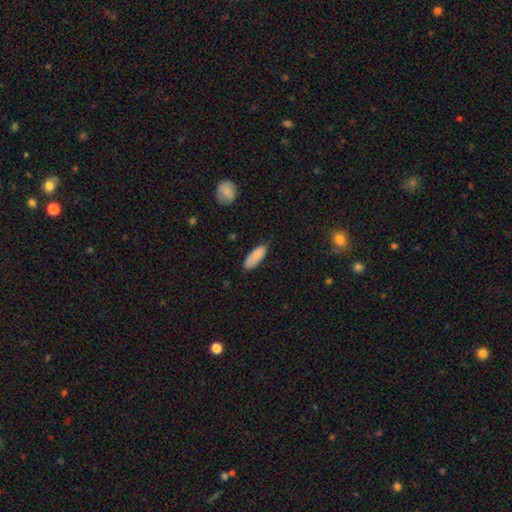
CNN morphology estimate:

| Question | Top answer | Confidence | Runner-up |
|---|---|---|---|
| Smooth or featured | smooth | 85% | featured or disk (9%) |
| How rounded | in between | 74% | cigar-shaped (25%) |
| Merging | none | 67% | minor disturbance (27%) |